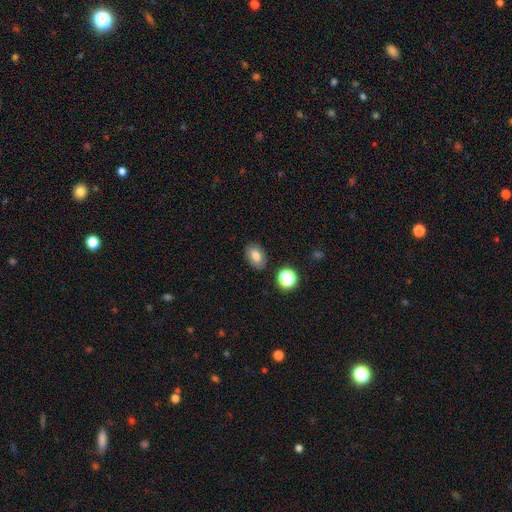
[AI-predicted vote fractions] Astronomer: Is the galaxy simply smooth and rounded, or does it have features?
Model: smooth — 77%.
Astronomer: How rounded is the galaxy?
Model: in between — 80%.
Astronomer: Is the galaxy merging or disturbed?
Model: none — 85%.